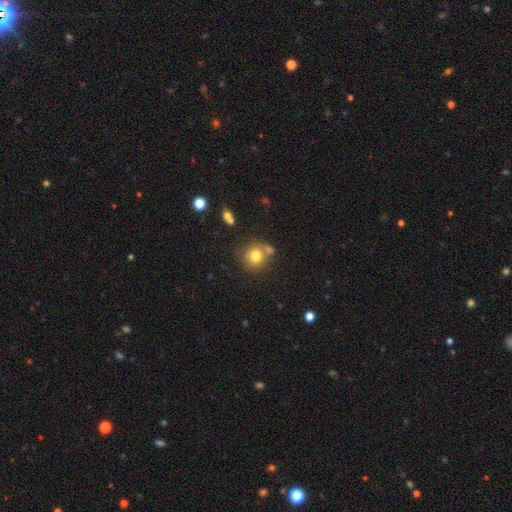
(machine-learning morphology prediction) Smooth or featured: smooth — 77% (featured or disk — 12%)
How rounded: round — 88% (in between — 11%)
Merging: none — 63% (merger — 22%)